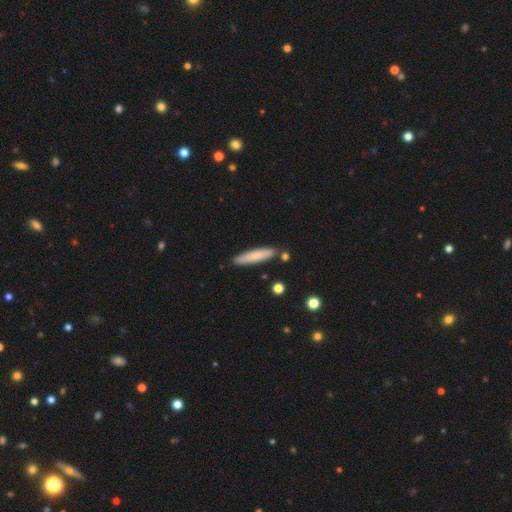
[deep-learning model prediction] Overall: smooth (76%). How rounded: cigar-shaped (85%). Merging: none (83%).